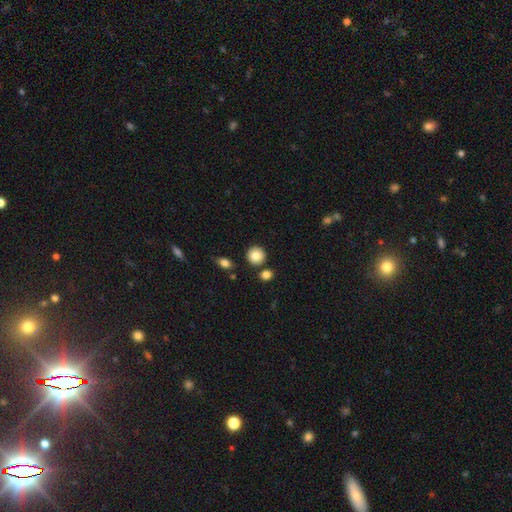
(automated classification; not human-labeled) A smooth galaxy with no disk features (85%) that is round (91%). Merging: none (85%).